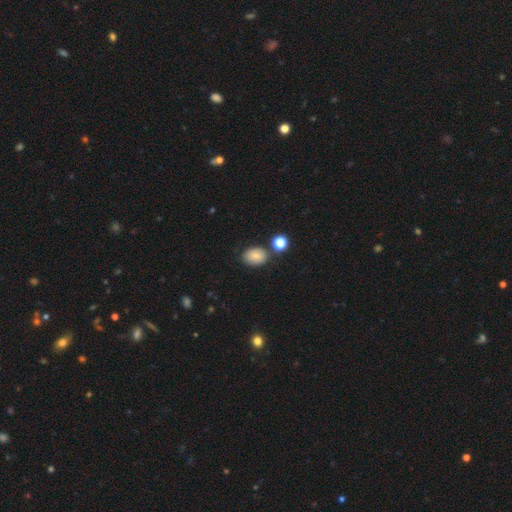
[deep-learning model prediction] Smooth or featured? smooth (82%)
How rounded? in between (73%)
Merging? none (75%)